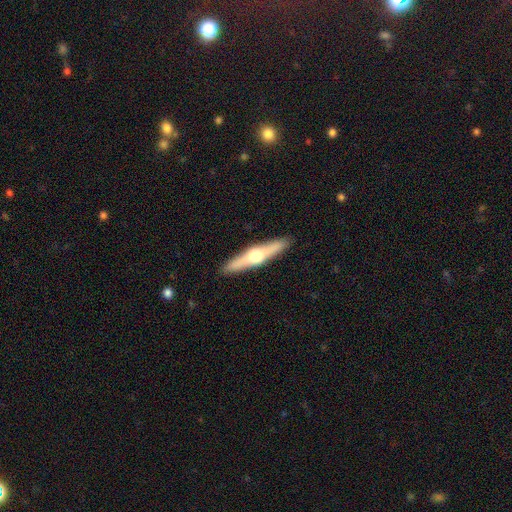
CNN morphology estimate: A featured or disk galaxy (66%) viewed edge-on (96%) with a rounded central bulge (93%).

Vote fractions:
- Smooth or featured? featured or disk: 66% / smooth: 29% / star or artifact: 5%
- Edge-on disk? yes: 96% / no: 4%
- Edge-on bulge? rounded: 93% / boxy: 4% / none: 3%
- Merging? none: 91% / minor disturbance: 7% / major disturbance: 2% / merger: 1%